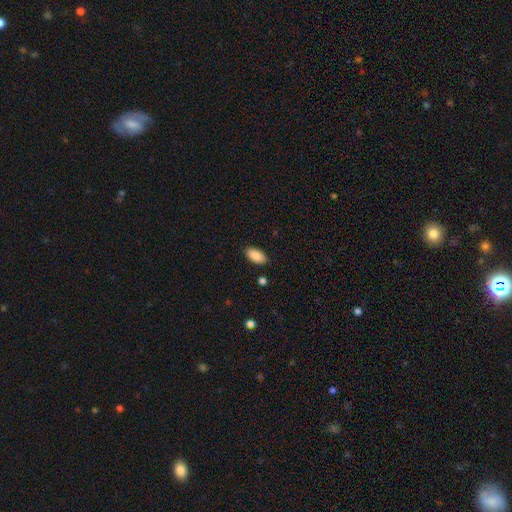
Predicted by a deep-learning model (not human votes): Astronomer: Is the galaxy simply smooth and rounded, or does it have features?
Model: smooth — 89%.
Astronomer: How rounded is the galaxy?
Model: in between — 94%.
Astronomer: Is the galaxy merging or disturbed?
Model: none — 88%.